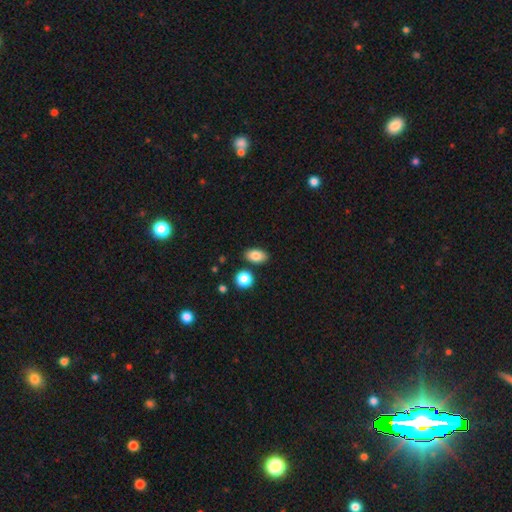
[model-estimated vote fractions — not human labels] smooth_or_featured: smooth (p=0.85) [alt: star or artifact p=0.09]
how_rounded: in between (p=0.87) [alt: round p=0.11]
merging: none (p=0.83) [alt: minor disturbance p=0.09]